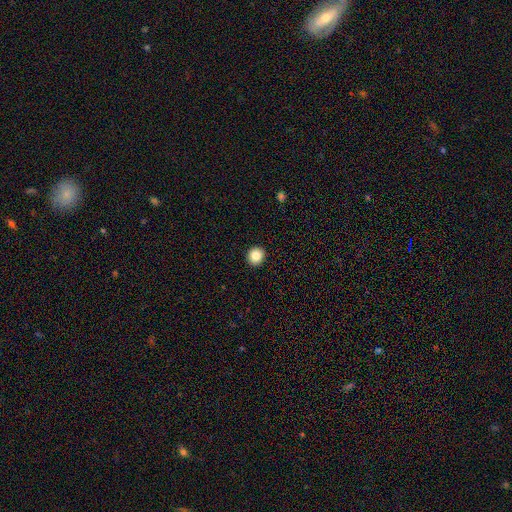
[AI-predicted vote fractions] Q: Smooth or featured?
A: smooth (86%); runner-up: star or artifact (10%)
Q: How rounded?
A: round (88%); runner-up: in between (11%)
Q: Merging?
A: none (93%); runner-up: minor disturbance (4%)